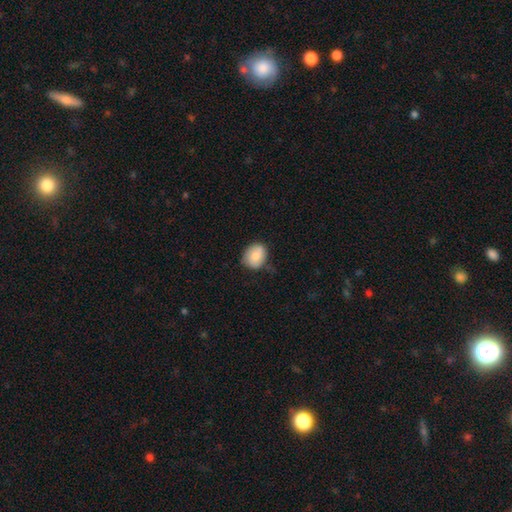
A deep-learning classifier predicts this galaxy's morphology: smooth 79%, featured or disk 14%, star or artifact 7%. Down the decision tree: how rounded — round (58%); merging — none (60%).